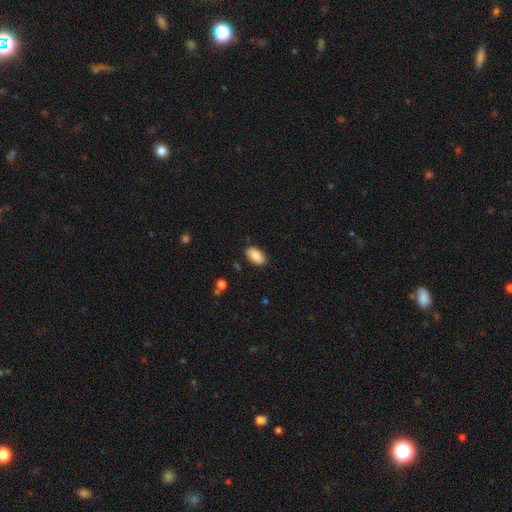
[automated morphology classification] This is clearly a smooth galaxy (87%). How rounded: clearly in between (94%). Merging: clearly none (87%).